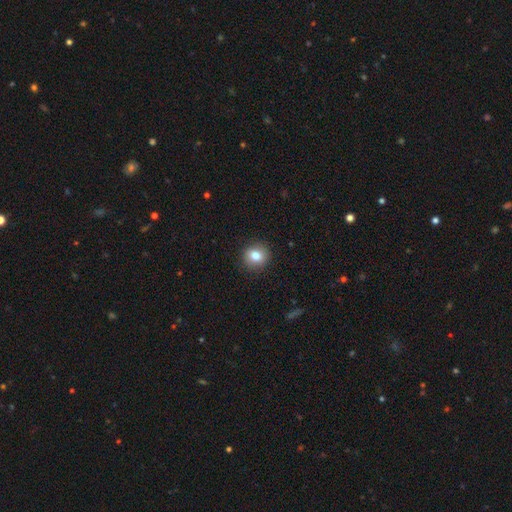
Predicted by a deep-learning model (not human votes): Q: Smooth or featured?
A: smooth (82%); runner-up: star or artifact (9%)
Q: How rounded?
A: round (80%); runner-up: in between (19%)
Q: Merging?
A: none (89%); runner-up: minor disturbance (8%)